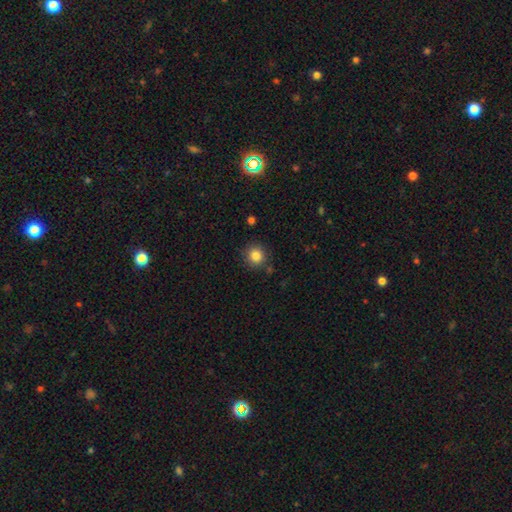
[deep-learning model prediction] Smooth or featured?
  - smooth: 84% *
  - star or artifact: 11%
  - featured or disk: 5%
How rounded?
  - round: 92% *
  - in between: 7%
  - cigar-shaped: 1%
Merging?
  - none: 86% *
  - minor disturbance: 9%
  - major disturbance: 3%
  - merger: 3%